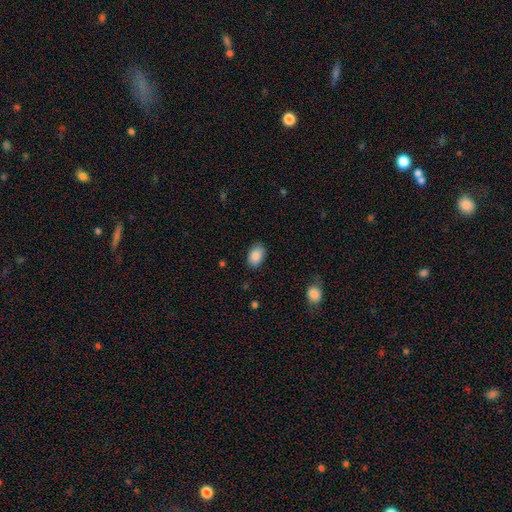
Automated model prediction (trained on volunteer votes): A smooth galaxy with no disk features (88%) that is in between round and cigar-shaped (87%). Merging: none (84%).